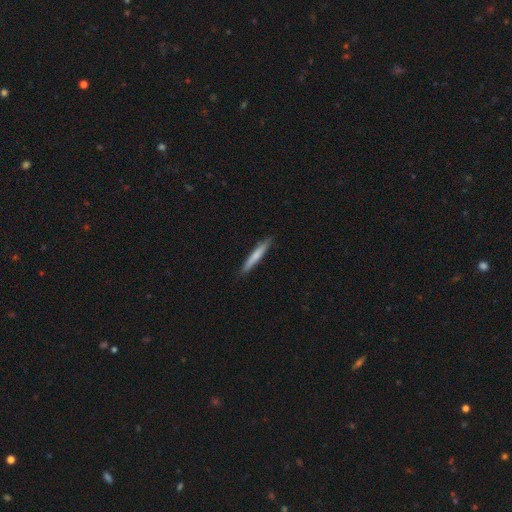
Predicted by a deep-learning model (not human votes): smooth-or-featured: smooth: 68% | featured or disk: 27% | star or artifact: 5%
  how-rounded: cigar-shaped: 95% | in between: 4% | round: 1%
  merging: none: 89% | minor disturbance: 9% | major disturbance: 2% | merger: 1%